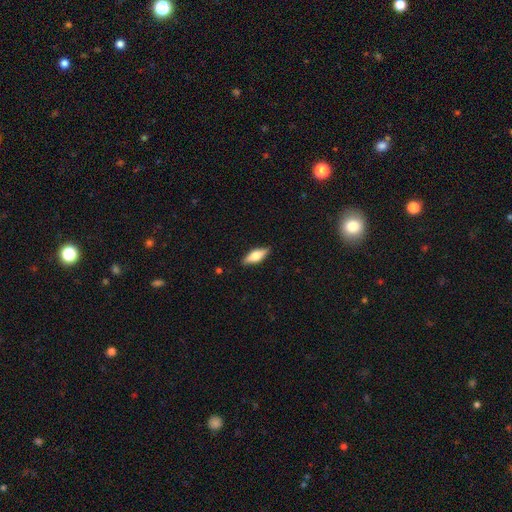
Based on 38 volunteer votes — Q: Smooth or featured?
A: smooth (58%); runner-up: featured or disk (37%)
Q: How rounded?
A: in between (77%); runner-up: cigar-shaped (23%)
Q: Merging?
A: none (83%); runner-up: minor disturbance (14%)